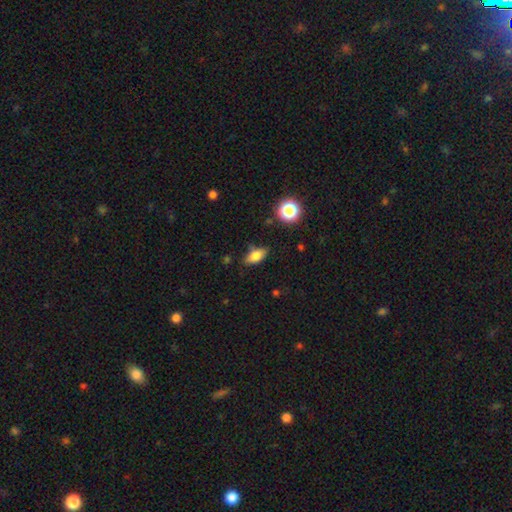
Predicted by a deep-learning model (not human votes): Smooth or featured?
  - smooth: 75% *
  - featured or disk: 15%
  - star or artifact: 10%
How rounded?
  - in between: 83% *
  - cigar-shaped: 10%
  - round: 7%
Merging?
  - none: 80% *
  - minor disturbance: 15%
  - major disturbance: 3%
  - merger: 2%